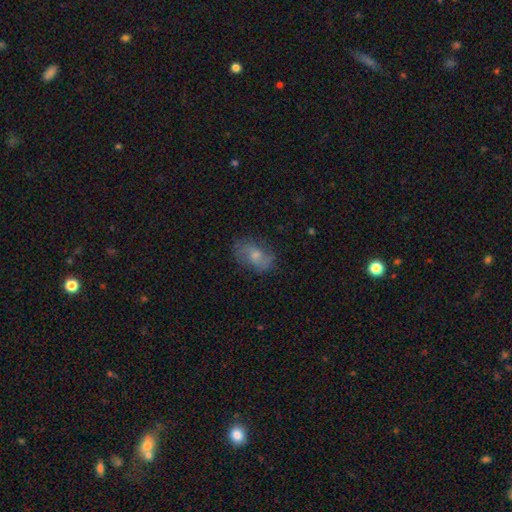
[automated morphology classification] Smooth or featured: smooth — 47% (featured or disk — 44%)
Merging: none — 71% (minor disturbance — 20%)